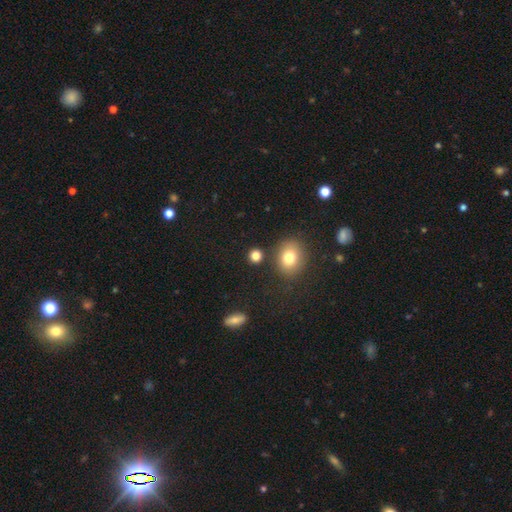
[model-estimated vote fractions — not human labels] This appears to be a smooth galaxy with no disk features (81%) that is round (85%). Merging: none (84%).